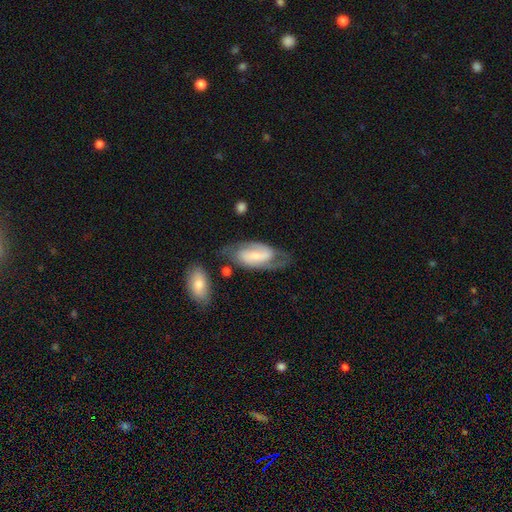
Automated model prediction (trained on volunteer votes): Smooth or featured: featured or disk — 70% (smooth — 24%)
Edge-on disk: no — 94% (yes — 6%)
Bar: weak — 41% (strong — 36%)
Spiral arms: yes — 89% (no — 11%)
Spiral winding: medium — 48% (tight — 29%)
Spiral arm count: 2 — 83% (can't tell — 10%)
Bulge size: small — 57% (moderate — 27%)
Merging: none — 63% (minor disturbance — 21%)